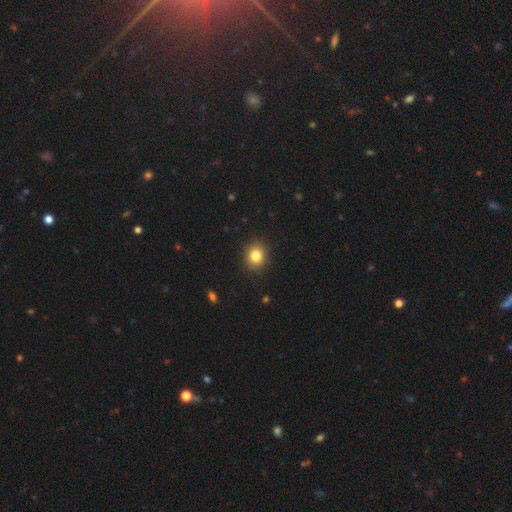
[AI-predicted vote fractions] Smooth or featured: smooth — 83% (star or artifact — 11%)
How rounded: round — 74% (in between — 25%)
Merging: none — 90% (minor disturbance — 7%)